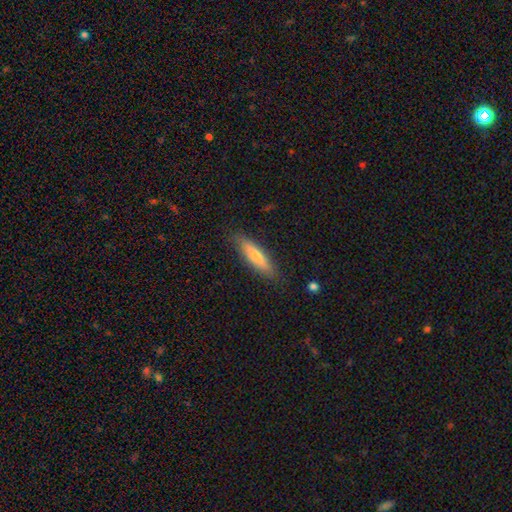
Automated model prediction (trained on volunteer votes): Smooth or featured? smooth (63%)
How rounded? cigar-shaped (79%)
Merging? none (86%)